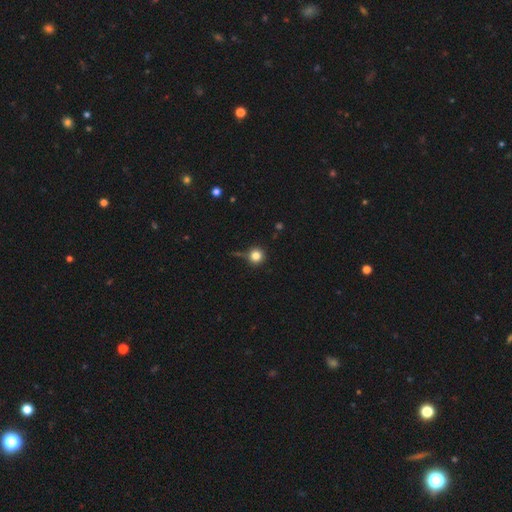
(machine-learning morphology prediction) This is clearly a smooth galaxy (82%). How rounded: clearly round (95%). Merging: likely none (76%).